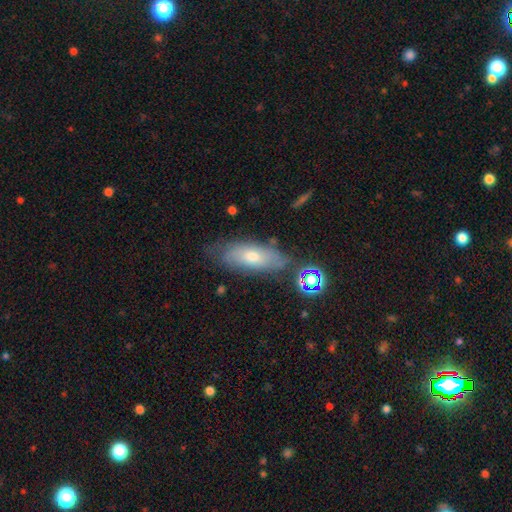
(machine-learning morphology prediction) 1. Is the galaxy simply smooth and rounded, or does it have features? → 54% smooth, 34% featured or disk, 11% star or artifact.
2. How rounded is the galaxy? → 75% in between, 21% cigar-shaped, 4% round.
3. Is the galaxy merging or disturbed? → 65% none, 23% minor disturbance, 7% major disturbance, 5% merger.